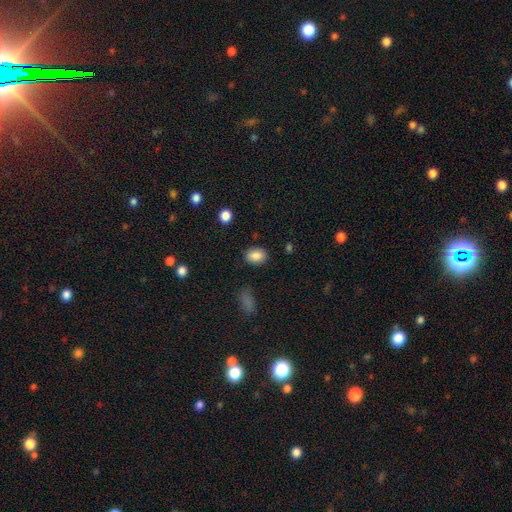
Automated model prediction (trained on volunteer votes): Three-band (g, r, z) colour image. It shows a smooth galaxy with no disk features (85%) that is in between round and cigar-shaped (62%). Merging: none (86%).